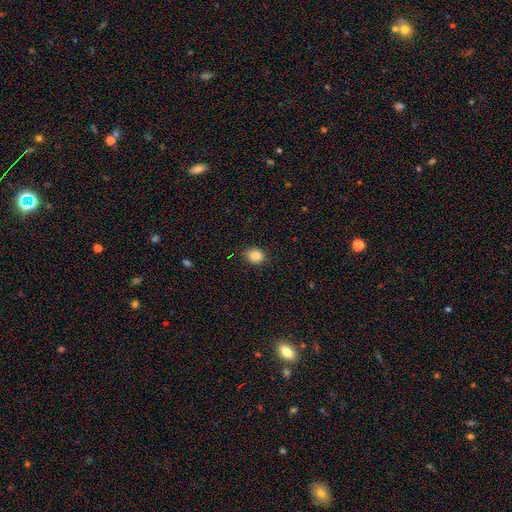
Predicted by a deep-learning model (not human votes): smooth-or-featured: smooth: 85% | star or artifact: 10% | featured or disk: 5%
  how-rounded: round: 63% | in between: 36% | cigar-shaped: 1%
  merging: none: 84% | minor disturbance: 12% | major disturbance: 3% | merger: 1%